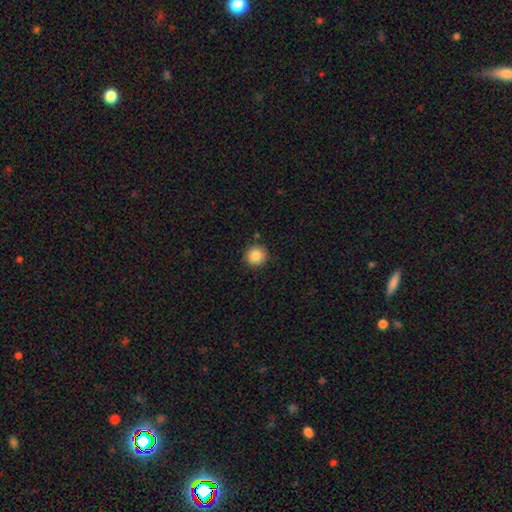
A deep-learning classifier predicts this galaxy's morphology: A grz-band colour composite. It shows a smooth galaxy with no disk features (86%) that is round (94%). Merging: none (90%).